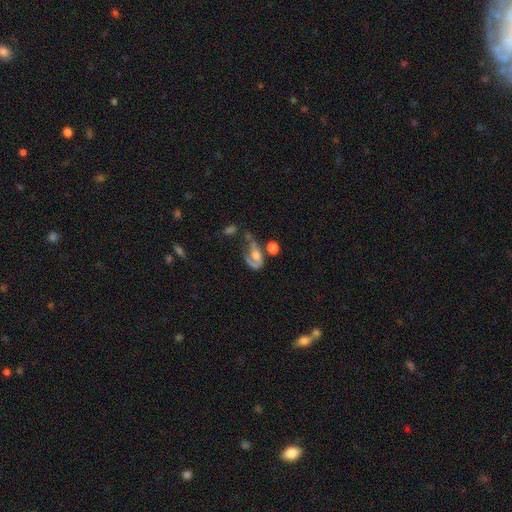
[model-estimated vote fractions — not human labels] This is possibly a featured or disk galaxy (60%). It is clearly not viewed edge-on (95%). Bar: likely no (67%). Spiral arm pattern: likely yes (69%). Central bulge: possibly moderate (49%). Merging: marginally major disturbance (39%).